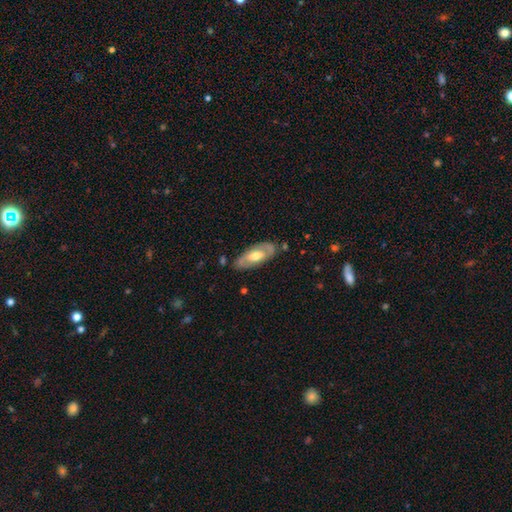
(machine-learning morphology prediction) featured or disk 59%, smooth 36%, star or artifact 5%. Down the decision tree: edge-on disk — no (85%); bar — no (56%); spiral arms — yes (55%); bulge size — moderate (69%); merging — none (79%).